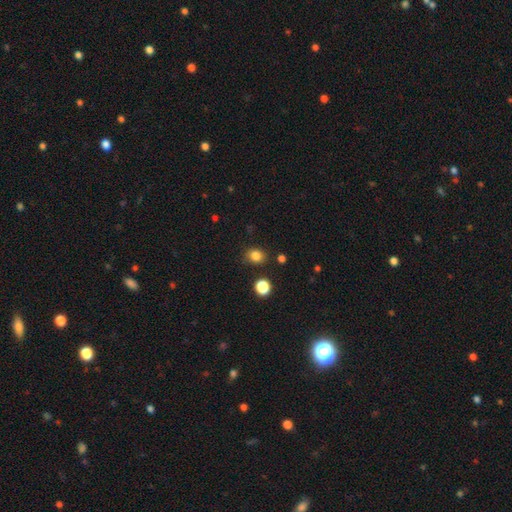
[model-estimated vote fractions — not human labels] A smooth galaxy with no disk features (83%) that is round (60%).

Vote fractions:
- Smooth or featured? smooth: 83% / star or artifact: 13% / featured or disk: 4%
- How rounded? round: 60% / in between: 39% / cigar-shaped: 1%
- Merging? none: 81% / minor disturbance: 12% / merger: 4% / major disturbance: 3%